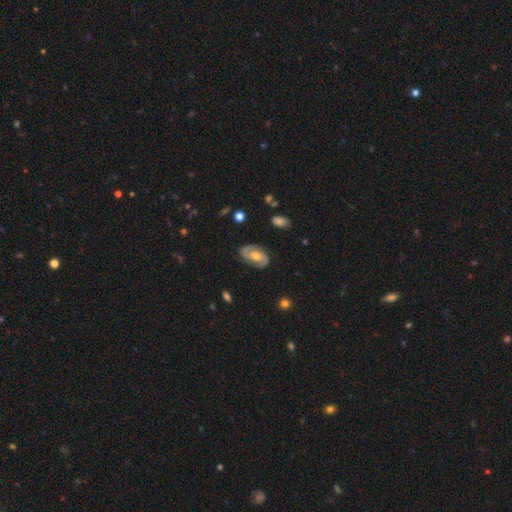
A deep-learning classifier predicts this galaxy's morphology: smooth-or-featured: featured or disk: 82% | smooth: 12% | star or artifact: 5%
  disk-edge-on: no: 97% | yes: 3%
    bar: no: 52% | weak: 37% | strong: 11%
    has-spiral-arms: yes: 94% | no: 6%
      spiral-winding: medium: 48% | tight: 34% | loose: 18%
      spiral-arm-count: 2: 91% | can't tell: 5% | 1: 2% | 3: 1% | 4: 1% | more than 4: 1%
    bulge-size: moderate: 71% | small: 18% | large: 8% | none: 2% | dominant: 1%
  merging: none: 81% | minor disturbance: 14% | major disturbance: 4% | merger: 1%